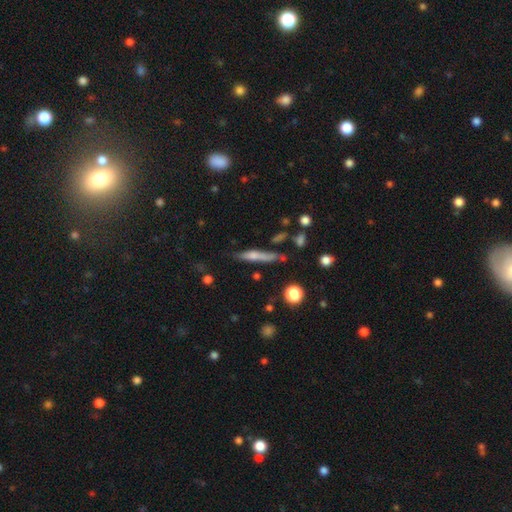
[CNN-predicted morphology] Smooth or featured?
  - smooth: 57% *
  - featured or disk: 34%
  - star or artifact: 9%
How rounded?
  - cigar-shaped: 86% *
  - in between: 10%
  - round: 3%
Merging?
  - none: 66% *
  - minor disturbance: 20%
  - merger: 7%
  - major disturbance: 6%